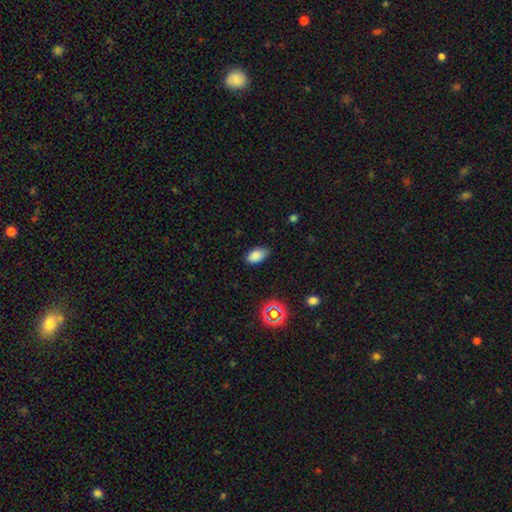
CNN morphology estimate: Smooth or featured?
  - smooth: 83% *
  - star or artifact: 12%
  - featured or disk: 6%
How rounded?
  - in between: 92% *
  - round: 5%
  - cigar-shaped: 3%
Merging?
  - none: 78% *
  - minor disturbance: 18%
  - major disturbance: 3%
  - merger: 1%